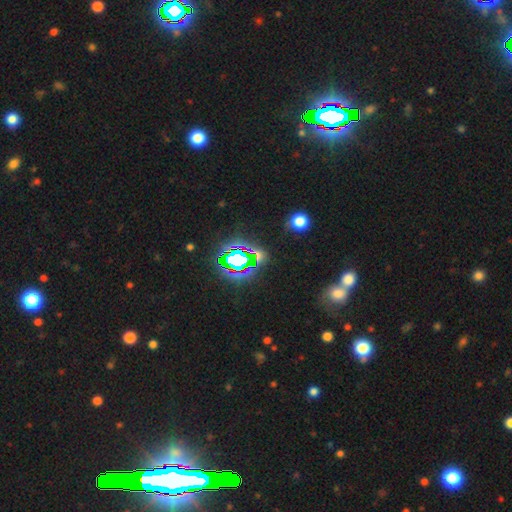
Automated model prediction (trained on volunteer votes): Morphology: type=star or artifact (71%).